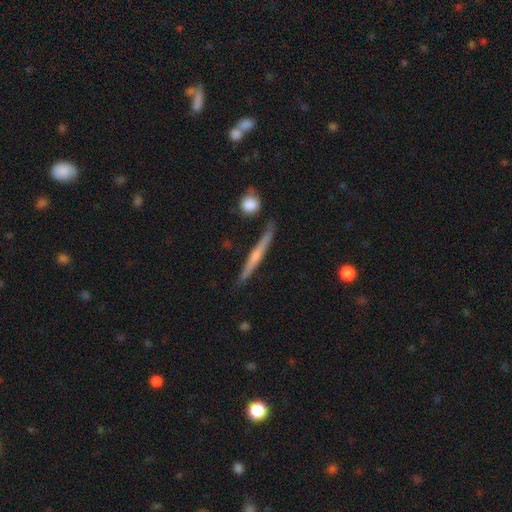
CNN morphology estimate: Smooth or featured?
  - featured or disk: 60% *
  - smooth: 34%
  - star or artifact: 6%
Edge-on disk?
  - yes: 97% *
  - no: 3%
Edge-on bulge?
  - rounded: 56% *
  - none: 36%
  - boxy: 8%
Merging?
  - none: 85% *
  - minor disturbance: 10%
  - merger: 3%
  - major disturbance: 2%